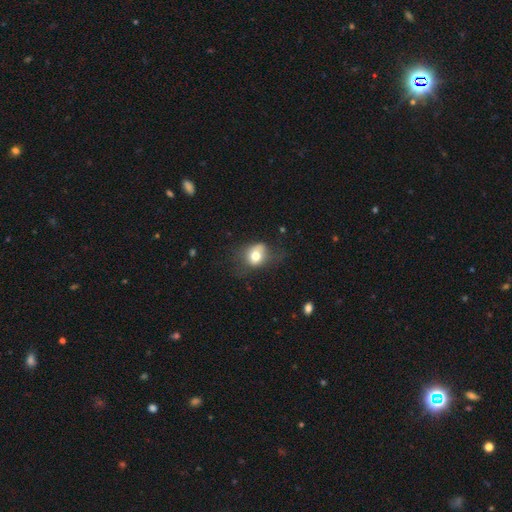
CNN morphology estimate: Smooth or featured? smooth (68%)
How rounded? round (56%)
Merging? none (46%)